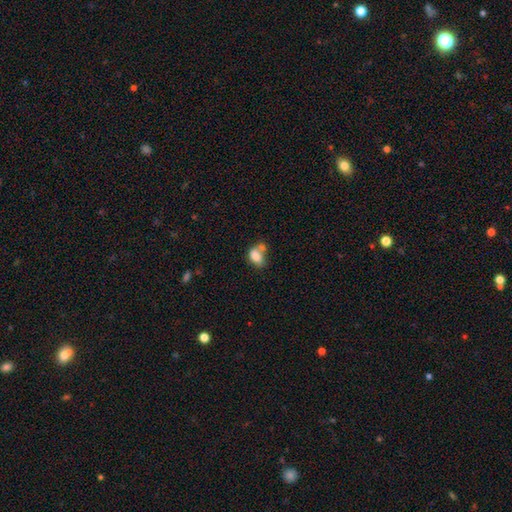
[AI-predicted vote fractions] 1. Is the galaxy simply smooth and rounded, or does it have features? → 80% smooth, 11% featured or disk, 9% star or artifact.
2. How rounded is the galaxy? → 83% in between, 15% round, 2% cigar-shaped.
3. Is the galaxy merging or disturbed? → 44% merger, 30% none, 16% minor disturbance, 9% major disturbance.